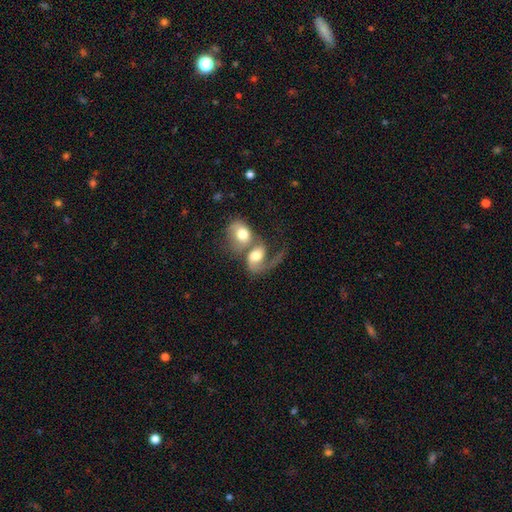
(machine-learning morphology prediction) Smooth or featured: featured or disk — 56% (smooth — 37%)
Edge-on disk: no — 96% (yes — 4%)
Bar: no — 64% (weak — 28%)
Spiral arms: yes — 80% (no — 20%)
Bulge size: moderate — 52% (large — 32%)
Merging: merger — 72% (major disturbance — 13%)